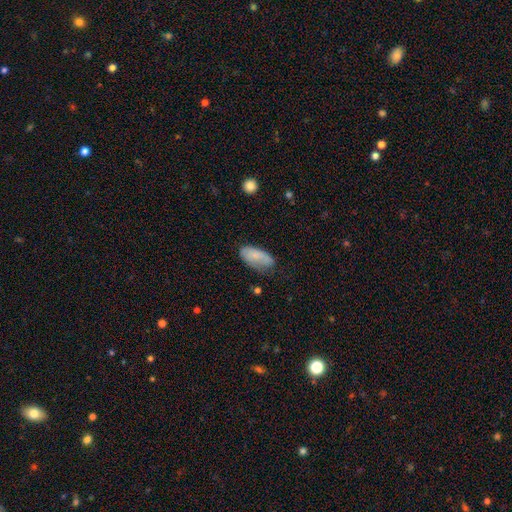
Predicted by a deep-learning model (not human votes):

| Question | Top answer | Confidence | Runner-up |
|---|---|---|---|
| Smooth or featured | smooth | 77% | featured or disk (16%) |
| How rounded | in between | 91% | cigar-shaped (7%) |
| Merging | none | 59% | minor disturbance (30%) |